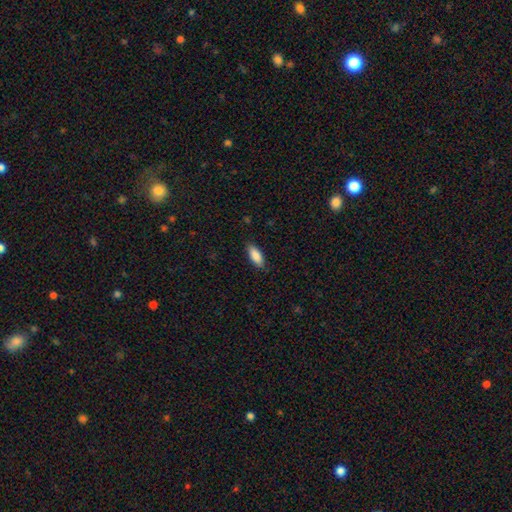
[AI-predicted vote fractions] smooth_or_featured: smooth (p=0.88) [alt: star or artifact p=0.06]
how_rounded: in between (p=0.82) [alt: cigar-shaped p=0.16]
merging: none (p=0.85) [alt: minor disturbance p=0.12]